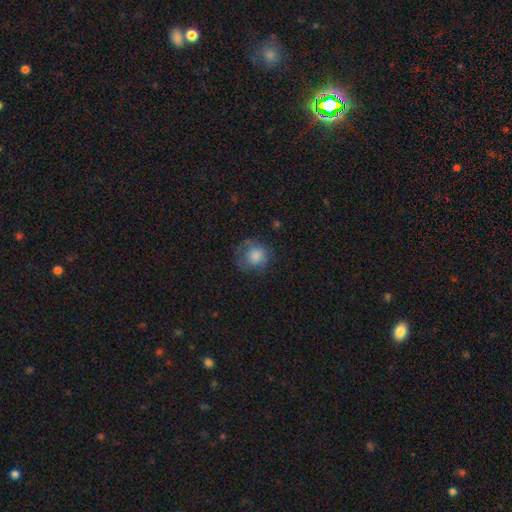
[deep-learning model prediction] Overall: smooth (73%). How rounded: round (85%). Merging: none (60%; minor disturbance 24%).